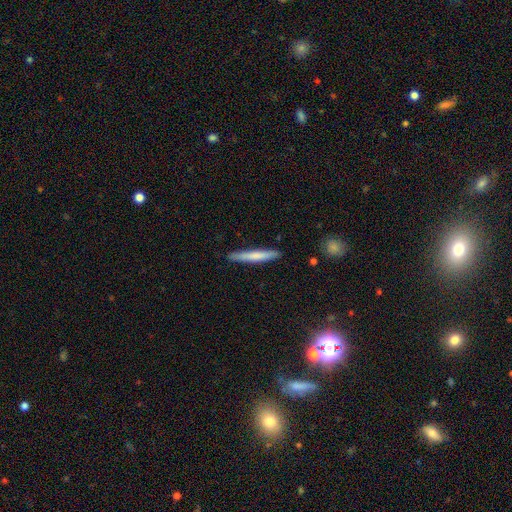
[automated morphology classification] Smooth or featured: smooth — 69% (featured or disk — 26%)
How rounded: cigar-shaped — 96% (in between — 3%)
Merging: none — 89% (minor disturbance — 8%)